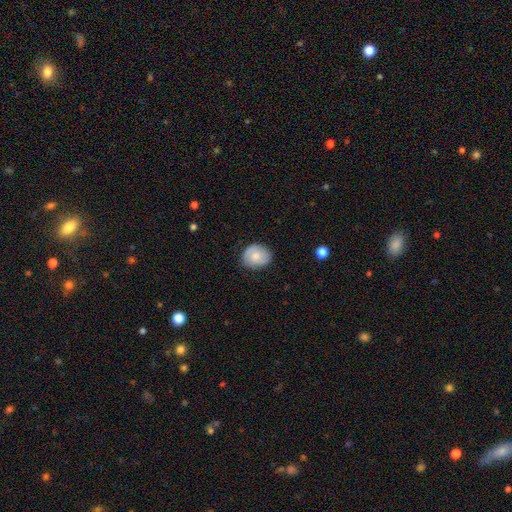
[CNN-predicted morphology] A smooth galaxy with no disk features (66%) that is round (62%).

Vote fractions:
- Smooth or featured? smooth: 66% / featured or disk: 27% / star or artifact: 7%
- How rounded? round: 62% / in between: 37% / cigar-shaped: 1%
- Merging? none: 75% / minor disturbance: 19% / major disturbance: 4% / merger: 1%